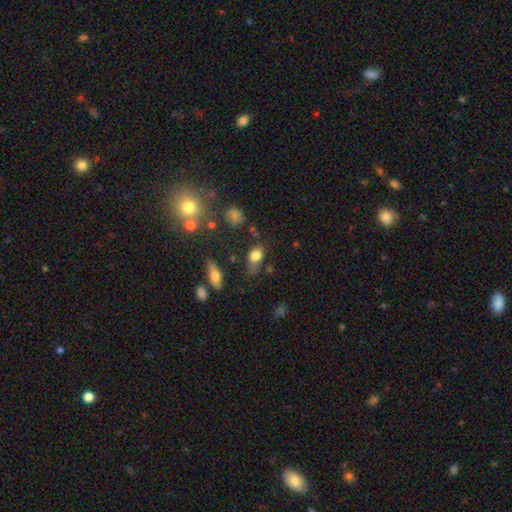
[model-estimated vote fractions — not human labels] Overall: smooth (78%). How rounded: in between (66%; round 30%). Merging: none (46%; minor disturbance 32%).